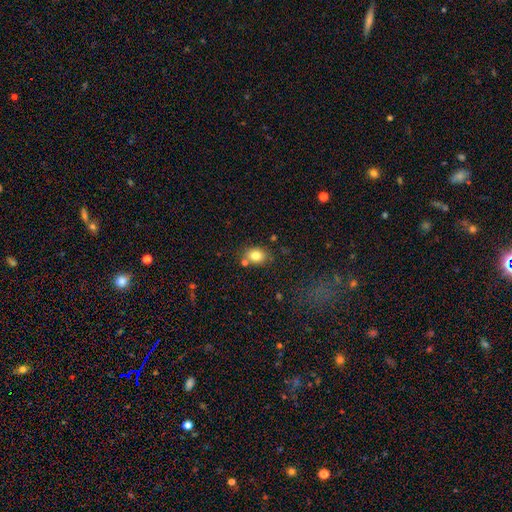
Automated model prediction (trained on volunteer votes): This appears to be a smooth galaxy with no disk features (80%) that is in between round and cigar-shaped (54%). Merging: none (72%).